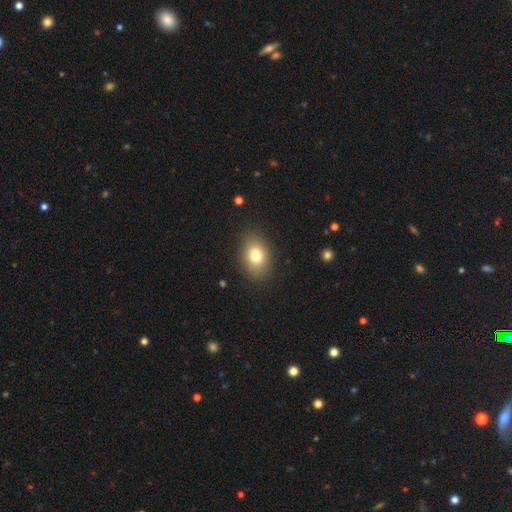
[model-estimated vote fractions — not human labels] Q: Smooth or featured?
A: smooth (79%); runner-up: featured or disk (11%)
Q: How rounded?
A: in between (76%); runner-up: round (23%)
Q: Merging?
A: none (86%); runner-up: minor disturbance (10%)